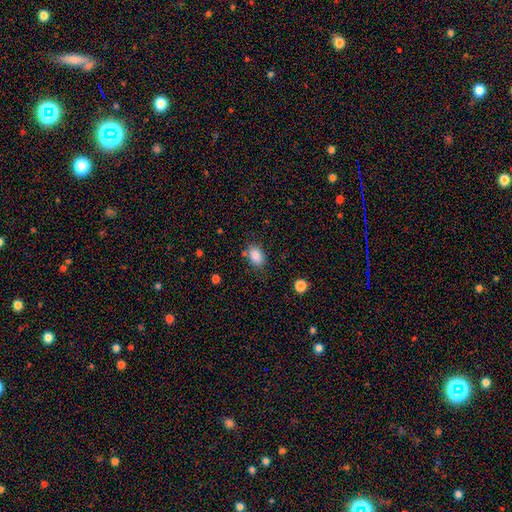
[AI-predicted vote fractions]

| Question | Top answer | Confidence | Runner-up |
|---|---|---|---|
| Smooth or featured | smooth | 86% | star or artifact (9%) |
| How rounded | in between | 83% | round (16%) |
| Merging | none | 76% | minor disturbance (15%) |